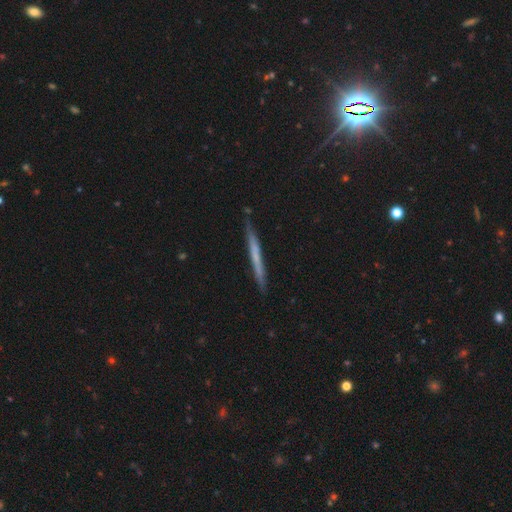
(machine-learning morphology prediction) smooth 49%, featured or disk 45%, star or artifact 6%. Down the decision tree: merging — none (88%).